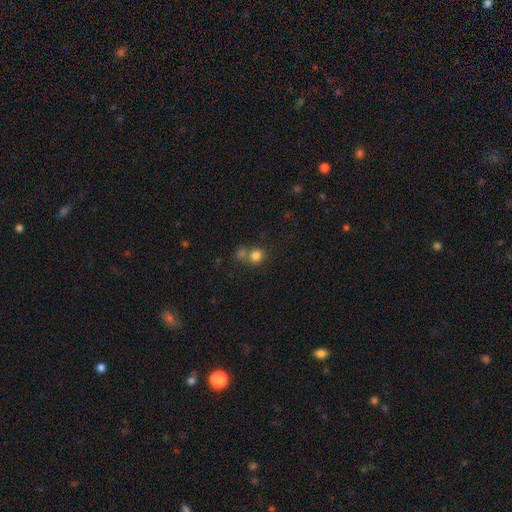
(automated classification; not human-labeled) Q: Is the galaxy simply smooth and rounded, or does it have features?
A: smooth — 80%.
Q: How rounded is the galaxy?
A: round — 83%.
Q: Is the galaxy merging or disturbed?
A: none — 52%.